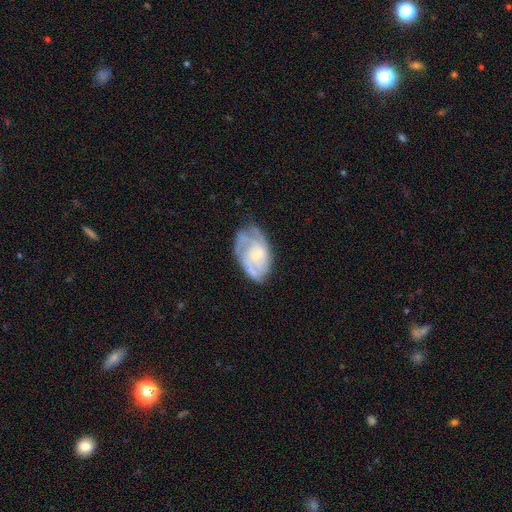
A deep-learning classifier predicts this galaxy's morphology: Smooth or featured? featured or disk (76%)
Edge-on disk? no (97%)
Bar? no (67%)
Spiral arms? yes (90%)
Spiral winding? tight (52%)
Spiral arm count? can't tell (34%)
Bulge size? small (57%)
Merging? none (60%)